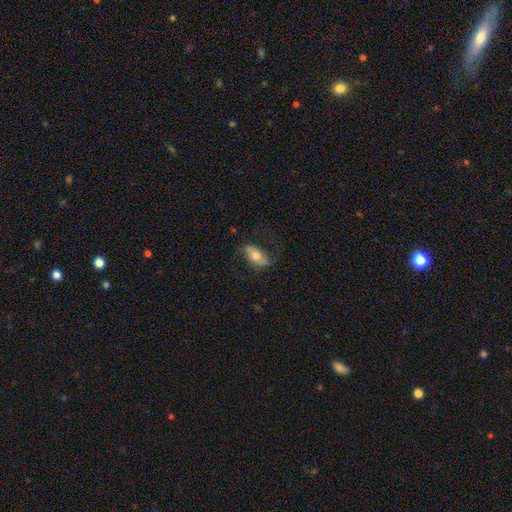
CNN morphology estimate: smooth 63%, featured or disk 31%, star or artifact 7%. Down the decision tree: how rounded — in between (86%); merging — none (73%).